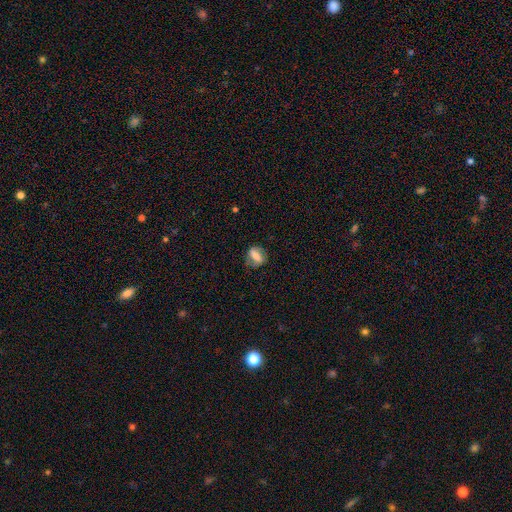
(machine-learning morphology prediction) smooth 53%, featured or disk 39%, star or artifact 9%. Down the decision tree: how rounded — in between (61%); merging — none (67%).